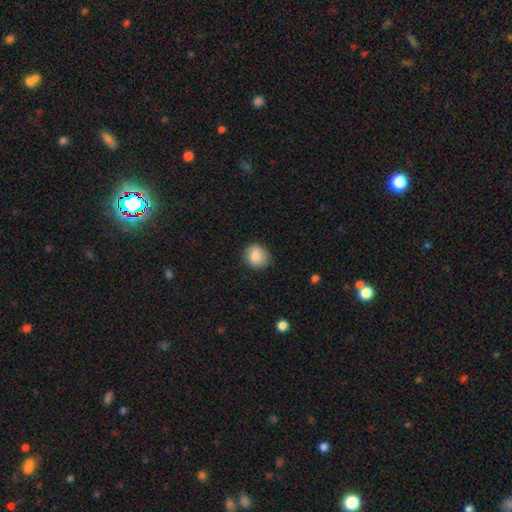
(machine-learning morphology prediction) Smooth or featured: smooth — 82% (featured or disk — 11%)
How rounded: round — 85% (in between — 14%)
Merging: none — 85% (minor disturbance — 11%)